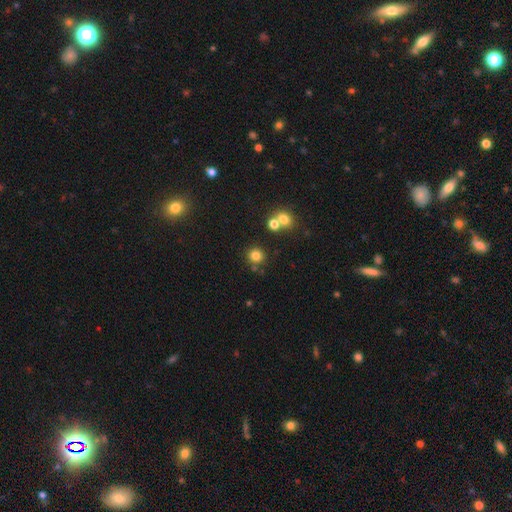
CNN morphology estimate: This is likely a smooth galaxy (79%). How rounded: clearly round (90%). Merging: likely none (78%).